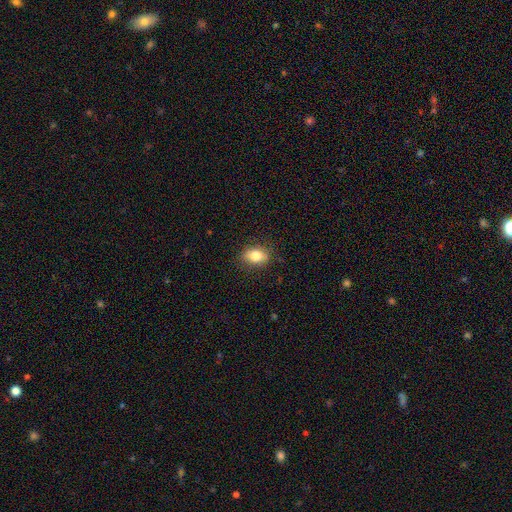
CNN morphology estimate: smooth_or_featured: smooth (p=0.79) [alt: featured or disk p=0.13]
how_rounded: in between (p=0.77) [alt: round p=0.21]
merging: none (p=0.83) [alt: minor disturbance p=0.13]